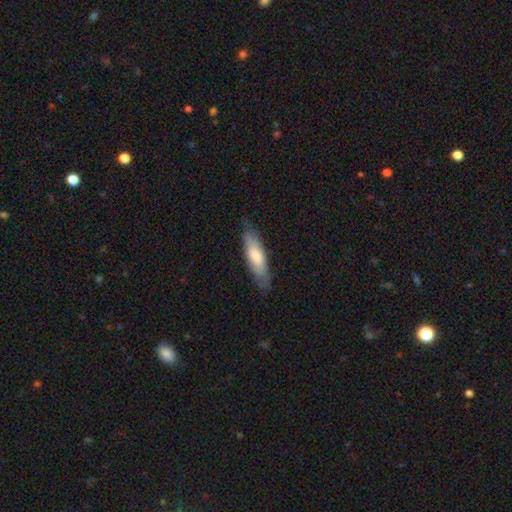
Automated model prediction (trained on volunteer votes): Q: Smooth or featured?
A: smooth (67%); runner-up: featured or disk (27%)
Q: How rounded?
A: cigar-shaped (60%); runner-up: in between (38%)
Q: Merging?
A: none (80%); runner-up: minor disturbance (16%)